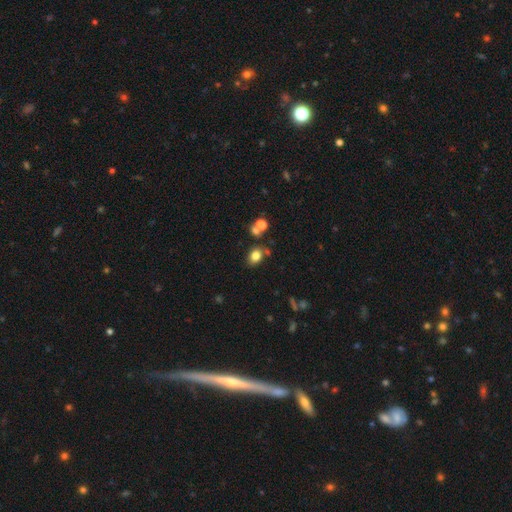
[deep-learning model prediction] A smooth galaxy with no disk features (79%) that is in between round and cigar-shaped (61%). Merging: none (71%).